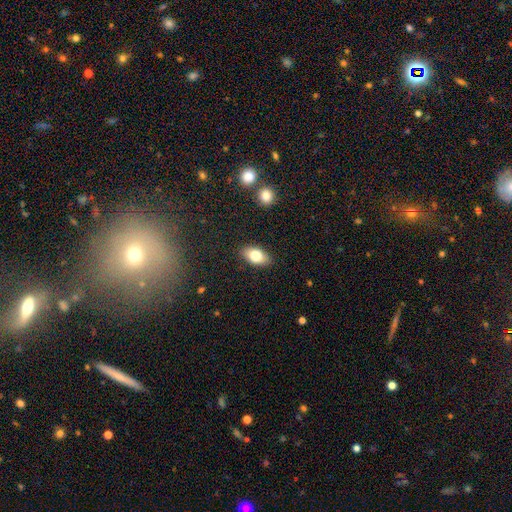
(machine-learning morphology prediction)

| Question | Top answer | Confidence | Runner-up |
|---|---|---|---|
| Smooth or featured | smooth | 78% | featured or disk (15%) |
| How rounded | in between | 90% | round (6%) |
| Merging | none | 87% | minor disturbance (10%) |